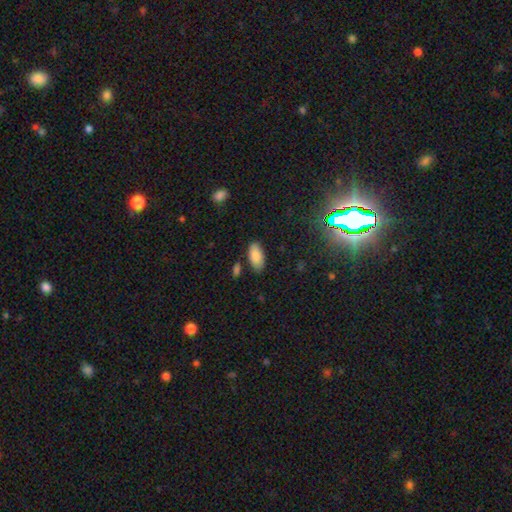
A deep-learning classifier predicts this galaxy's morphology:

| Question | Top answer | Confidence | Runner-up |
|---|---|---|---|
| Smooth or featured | smooth | 84% | featured or disk (9%) |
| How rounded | in between | 93% | cigar-shaped (5%) |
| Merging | none | 81% | minor disturbance (13%) |